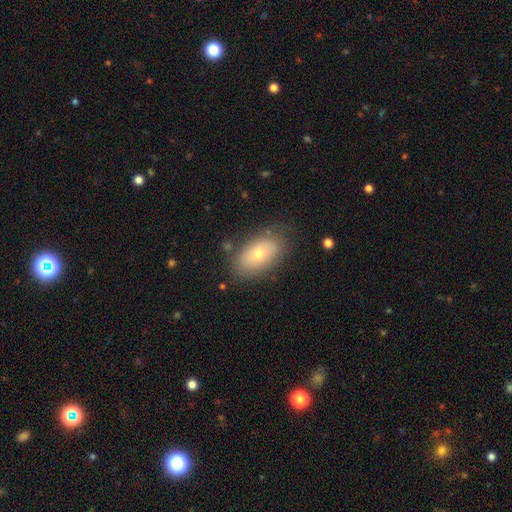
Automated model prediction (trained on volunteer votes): Smooth or featured: smooth — 62% (featured or disk — 30%)
How rounded: in between — 90% (round — 9%)
Merging: none — 76% (minor disturbance — 17%)